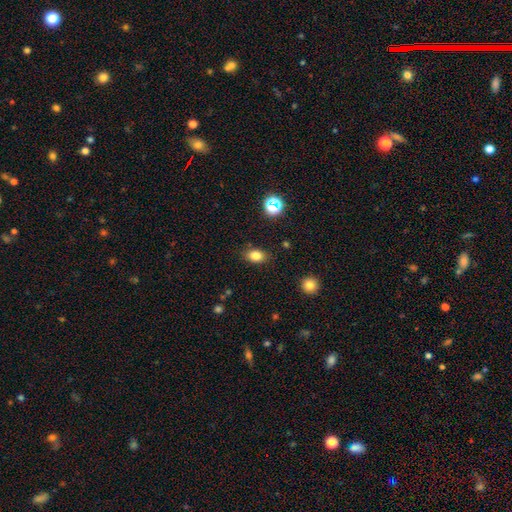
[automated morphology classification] The model was most divided on "how rounded": in between: 77%, round: 21%, cigar-shaped: 2%. More confident: merging — none (85%); smooth or featured — smooth (81%).